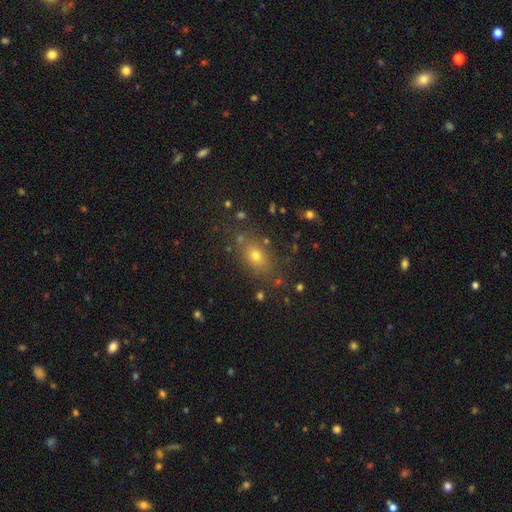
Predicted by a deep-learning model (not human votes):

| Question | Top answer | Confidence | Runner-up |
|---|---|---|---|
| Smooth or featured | smooth | 68% | star or artifact (19%) |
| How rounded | in between | 63% | round (33%) |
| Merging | none | 77% | minor disturbance (13%) |